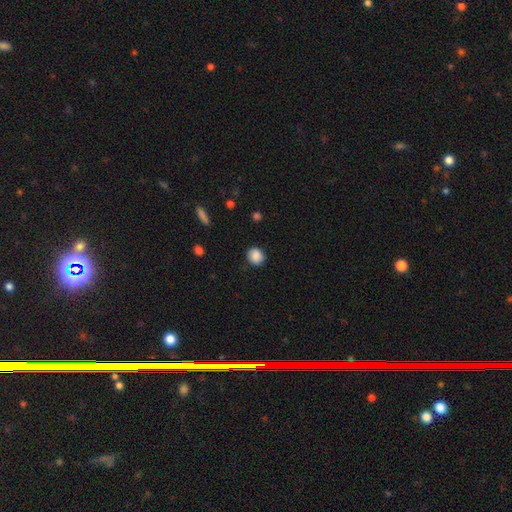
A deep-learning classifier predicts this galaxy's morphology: smooth-or-featured: smooth: 88% | star or artifact: 8% | featured or disk: 4%
  how-rounded: round: 79% | in between: 20% | cigar-shaped: 1%
  merging: none: 86% | minor disturbance: 10% | major disturbance: 2% | merger: 1%